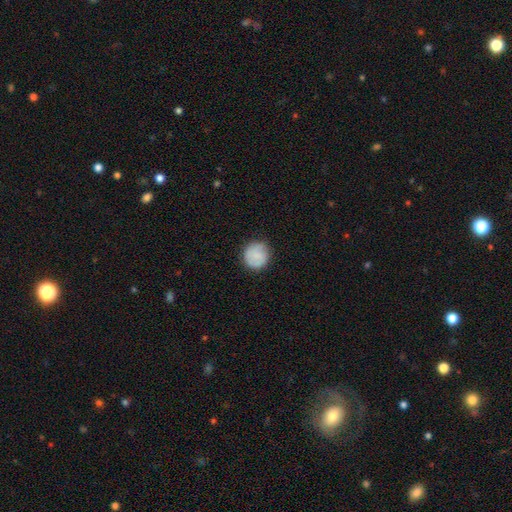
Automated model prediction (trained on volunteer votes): Smooth or featured? smooth (76%)
How rounded? round (91%)
Merging? none (83%)